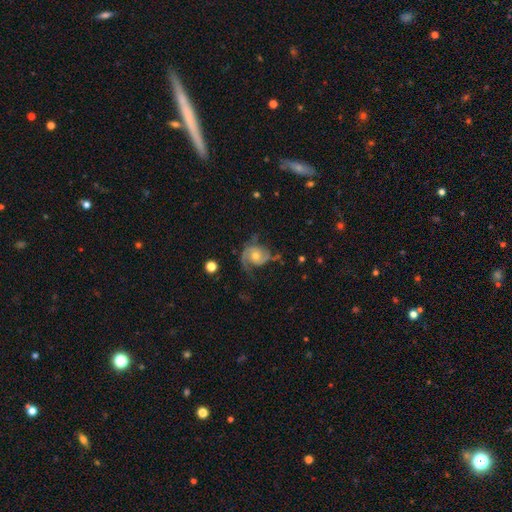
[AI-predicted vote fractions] Morphology: type=featured or disk (84%); edge-on=no (98%); bar=no (73%); spiral arms=yes (96%); winding=medium (44%); arm count=2 (75%); bulge=moderate (58%); merging=none (58%).